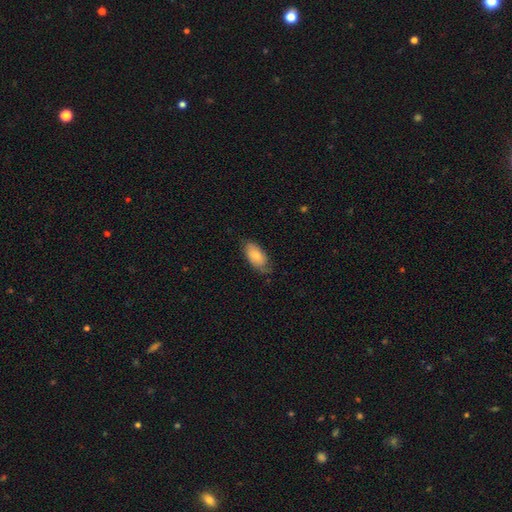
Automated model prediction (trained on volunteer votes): Smooth or featured: smooth — 69% (featured or disk — 24%)
How rounded: in between — 93% (cigar-shaped — 4%)
Merging: none — 61% (minor disturbance — 29%)